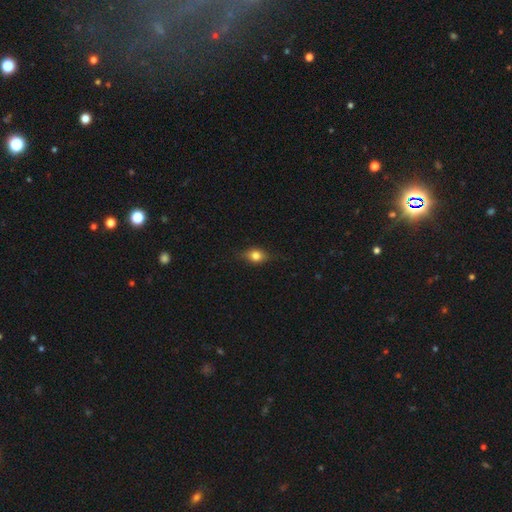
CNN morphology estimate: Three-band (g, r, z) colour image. It shows a smooth galaxy with no disk features (73%) that is in between round and cigar-shaped (63%). Merging: none (78%).